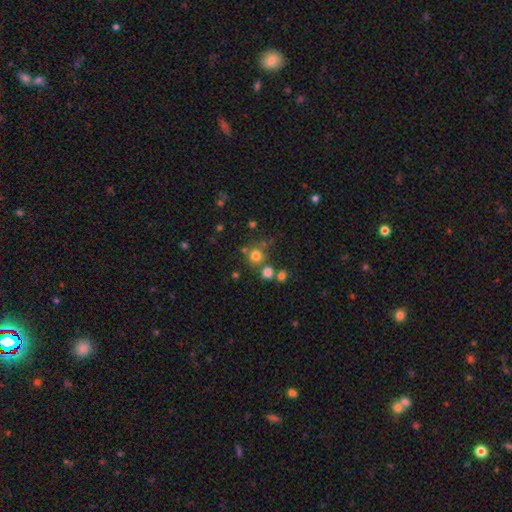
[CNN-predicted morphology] Smooth or featured? smooth (75%)
How rounded? round (91%)
Merging? none (70%)